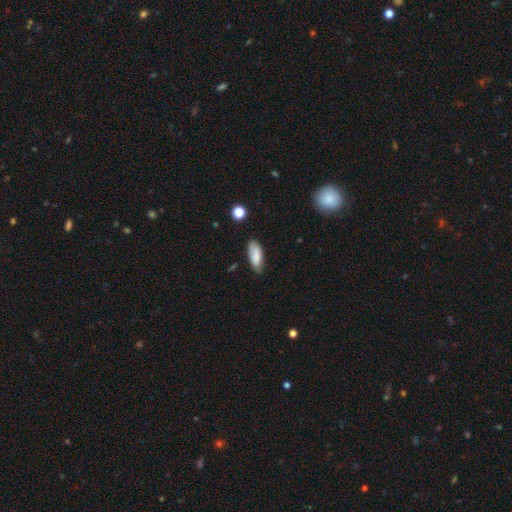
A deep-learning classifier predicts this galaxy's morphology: Overall: smooth (81%). How rounded: in between (78%). Merging: none (68%).